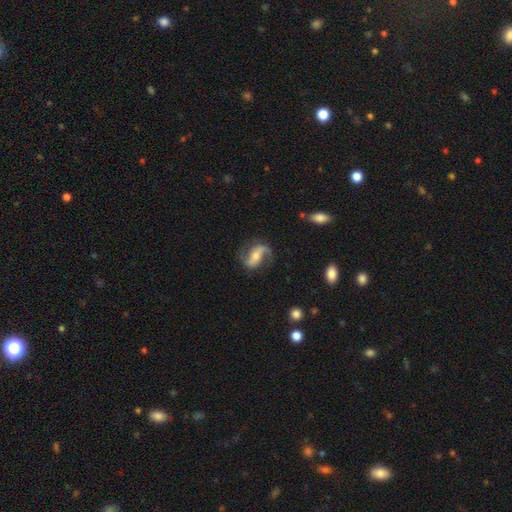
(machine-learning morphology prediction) Q: Smooth or featured?
A: featured or disk (81%); runner-up: smooth (13%)
Q: Edge-on disk?
A: no (95%); runner-up: yes (5%)
Q: Bar?
A: strong (34%); tied with: no (34%)
Q: Spiral arms?
A: yes (95%); runner-up: no (5%)
Q: Spiral winding?
A: loose (60%); runner-up: medium (31%)
Q: Spiral arm count?
A: 2 (86%); runner-up: 1 (8%)
Q: Bulge size?
A: moderate (53%); runner-up: small (36%)
Q: Merging?
A: none (71%); runner-up: minor disturbance (17%)